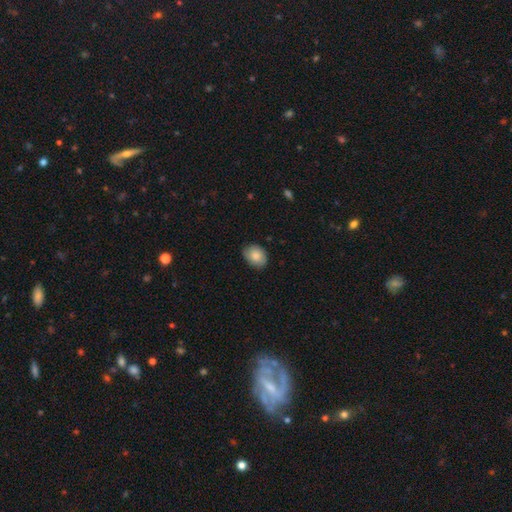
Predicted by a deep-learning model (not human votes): smooth 83%, featured or disk 11%, star or artifact 7%. Down the decision tree: how rounded — in between (63%); merging — none (82%).